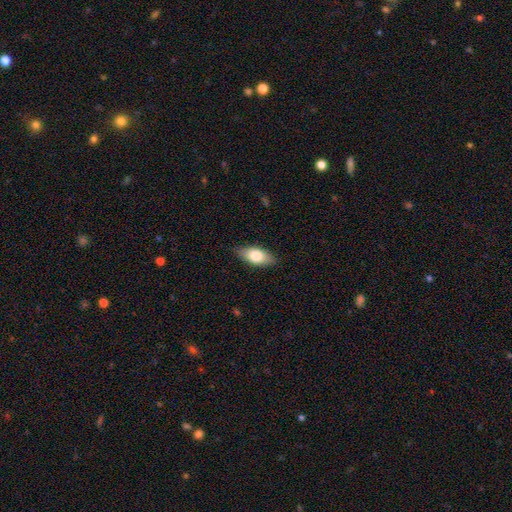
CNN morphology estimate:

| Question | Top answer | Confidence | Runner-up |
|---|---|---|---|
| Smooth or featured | smooth | 77% | featured or disk (17%) |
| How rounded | in between | 88% | cigar-shaped (9%) |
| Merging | none | 85% | minor disturbance (12%) |